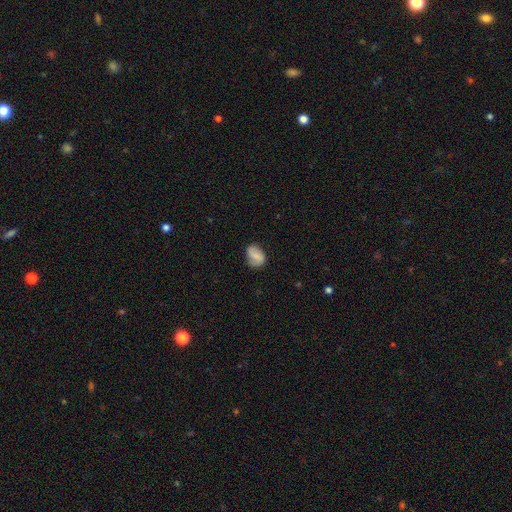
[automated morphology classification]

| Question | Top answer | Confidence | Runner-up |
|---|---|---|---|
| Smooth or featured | smooth | 51% | featured or disk (41%) |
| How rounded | in between | 68% | round (30%) |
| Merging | none | 70% | minor disturbance (21%) |